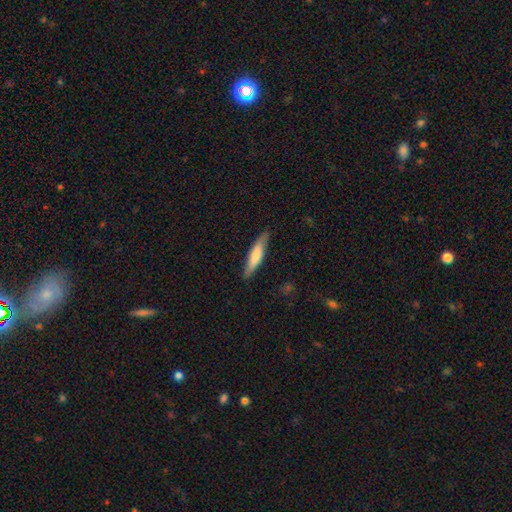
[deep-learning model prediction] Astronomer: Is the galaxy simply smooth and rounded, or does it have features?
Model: smooth — 69%.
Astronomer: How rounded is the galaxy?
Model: cigar-shaped — 83%.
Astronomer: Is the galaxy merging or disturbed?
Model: none — 85%.